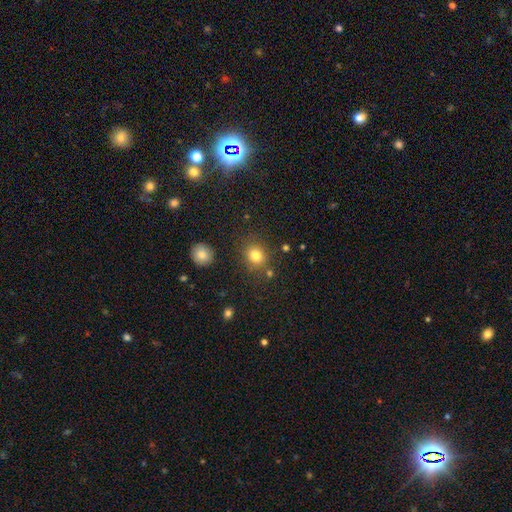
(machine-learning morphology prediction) Q: Smooth or featured?
A: smooth (80%); runner-up: star or artifact (14%)
Q: How rounded?
A: round (75%); runner-up: in between (24%)
Q: Merging?
A: none (82%); runner-up: minor disturbance (10%)